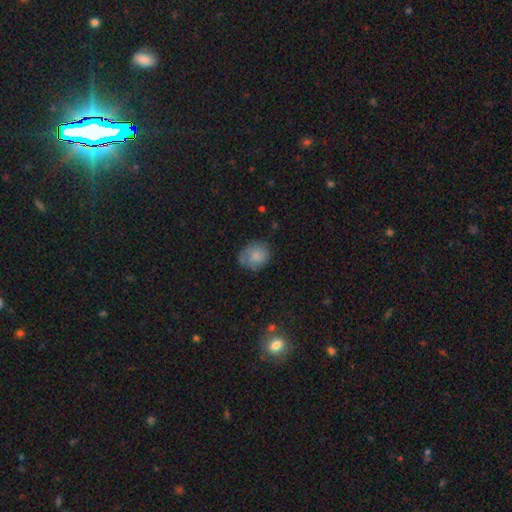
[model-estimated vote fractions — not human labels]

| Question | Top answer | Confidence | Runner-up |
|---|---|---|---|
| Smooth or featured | smooth | 79% | featured or disk (13%) |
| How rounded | round | 71% | in between (28%) |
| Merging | none | 66% | minor disturbance (23%) |